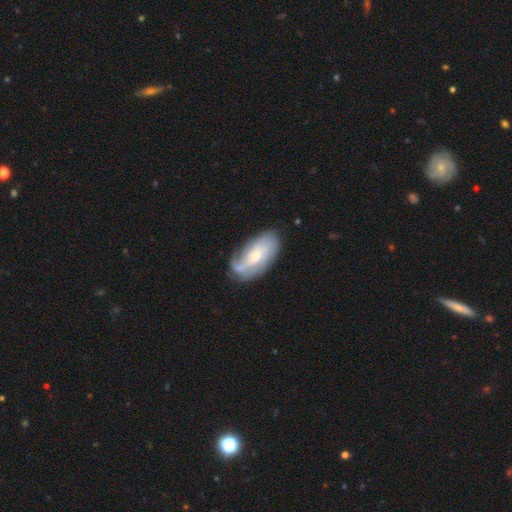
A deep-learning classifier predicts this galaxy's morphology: Smooth or featured?
  - featured or disk: 67% *
  - smooth: 26%
  - star or artifact: 6%
Edge-on disk?
  - no: 92% *
  - yes: 8%
Bar?
  - no: 53% *
  - weak: 37%
  - strong: 9%
Spiral arms?
  - yes: 86% *
  - no: 14%
Spiral winding?
  - tight: 38% *
  - medium: 37%
  - loose: 25%
Spiral arm count?
  - can't tell: 40% *
  - 2: 26%
  - 3: 15%
  - 1: 9%
  - 4: 7%
  - more than 4: 4%
Bulge size?
  - moderate: 47% *
  - small: 43%
  - large: 5%
  - none: 4%
  - dominant: 1%
Merging?
  - none: 63% *
  - minor disturbance: 23%
  - major disturbance: 10%
  - merger: 3%